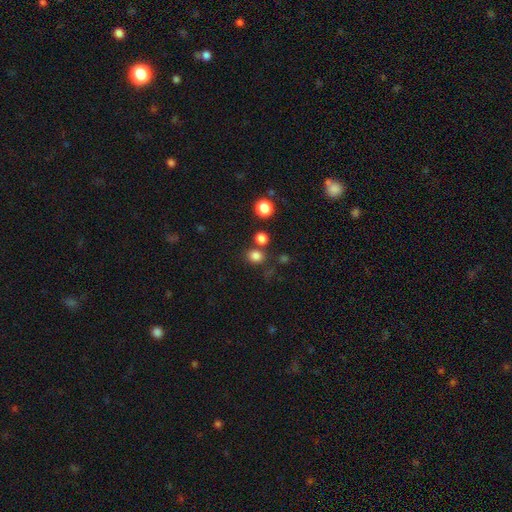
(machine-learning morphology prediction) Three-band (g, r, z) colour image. It shows a smooth galaxy with no disk features (80%) that is round (75%). Merging: none (74%).